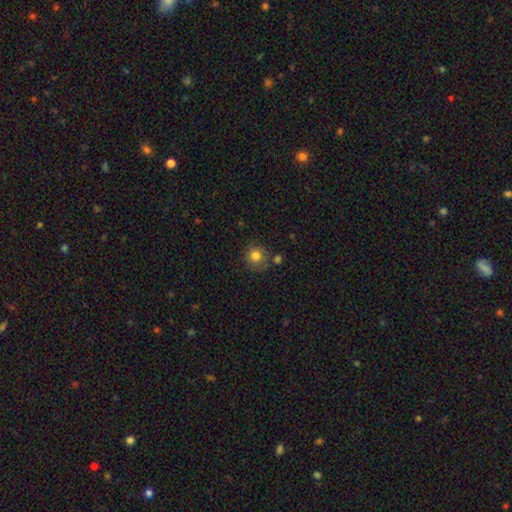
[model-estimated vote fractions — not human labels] Q: Smooth or featured?
A: smooth (82%); runner-up: star or artifact (11%)
Q: How rounded?
A: round (91%); runner-up: in between (8%)
Q: Merging?
A: none (77%); runner-up: minor disturbance (12%)